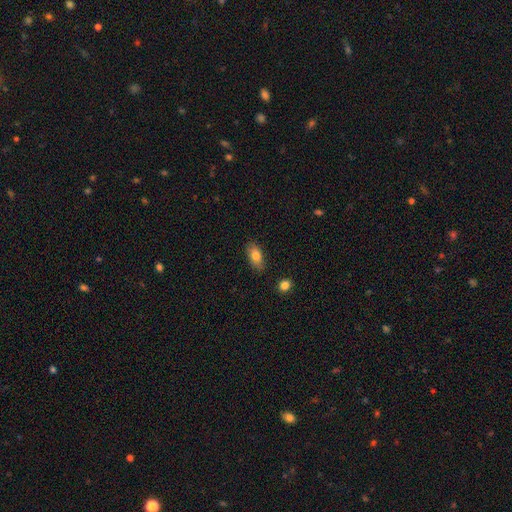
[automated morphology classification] A smooth galaxy with no disk features (79%) that is in between round and cigar-shaped (88%). Merging: none (84%).